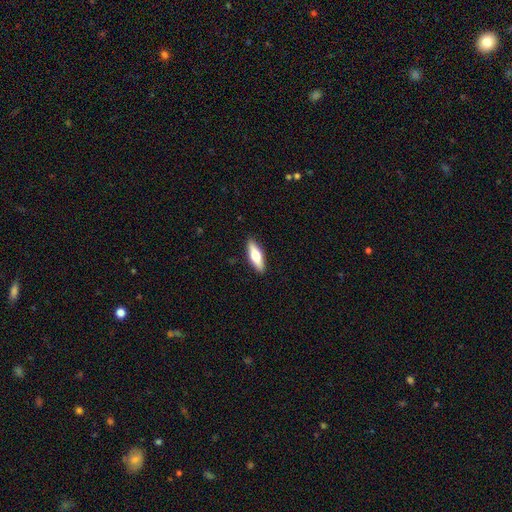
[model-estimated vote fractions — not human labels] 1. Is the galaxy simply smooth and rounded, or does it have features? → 52% smooth, 42% featured or disk, 6% star or artifact.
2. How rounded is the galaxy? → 52% cigar-shaped, 46% in between, 2% round.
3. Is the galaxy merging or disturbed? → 90% none, 7% minor disturbance, 2% major disturbance, 1% merger.